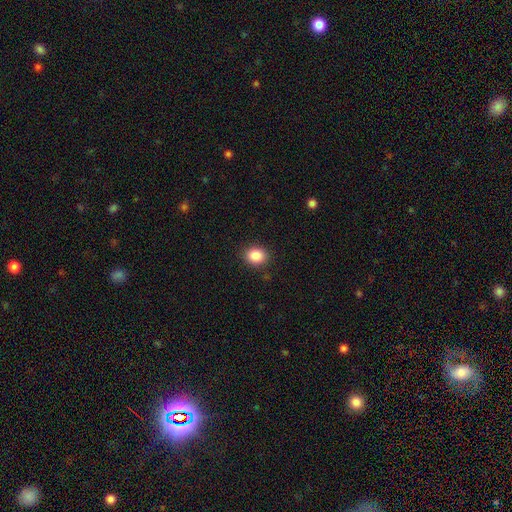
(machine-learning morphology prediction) Smooth or featured? smooth (86%)
How rounded? round (56%)
Merging? none (89%)